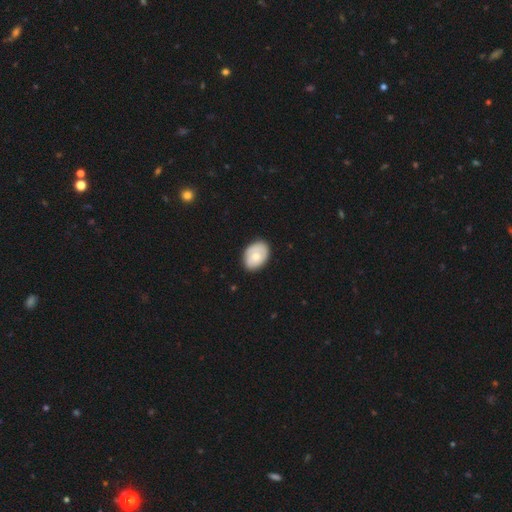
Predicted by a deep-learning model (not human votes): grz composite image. It shows a smooth galaxy with no disk features (64%) that is in between round and cigar-shaped (79%). Merging: none (78%).